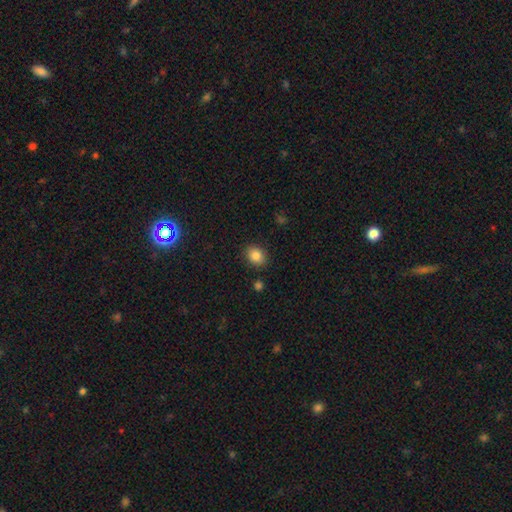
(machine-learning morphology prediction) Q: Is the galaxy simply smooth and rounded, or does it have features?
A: smooth — 85%.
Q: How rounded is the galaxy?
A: round — 50%.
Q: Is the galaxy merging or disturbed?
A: none — 87%.